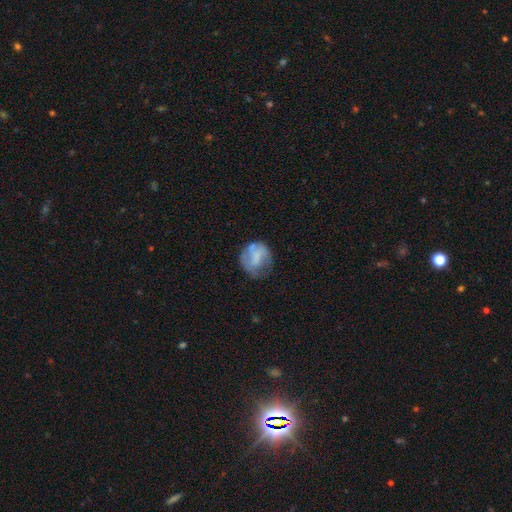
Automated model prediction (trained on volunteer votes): Smooth or featured? smooth (55%)
How rounded? round (76%)
Merging? none (50%)